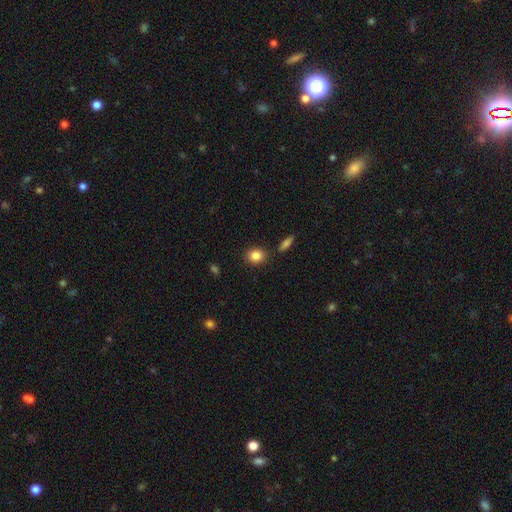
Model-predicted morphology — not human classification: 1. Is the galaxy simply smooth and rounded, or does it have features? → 86% smooth, 9% star or artifact, 6% featured or disk.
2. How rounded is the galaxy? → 63% round, 35% in between, 2% cigar-shaped.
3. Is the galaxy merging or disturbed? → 84% none, 9% minor disturbance, 4% merger, 2% major disturbance.